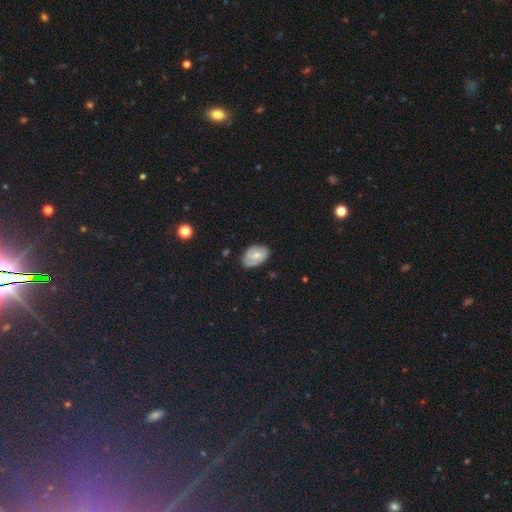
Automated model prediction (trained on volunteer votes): The model was most divided on "smooth or featured": smooth: 60%, featured or disk: 31%, star or artifact: 9%. More confident: how rounded — in between (88%); merging — none (75%).